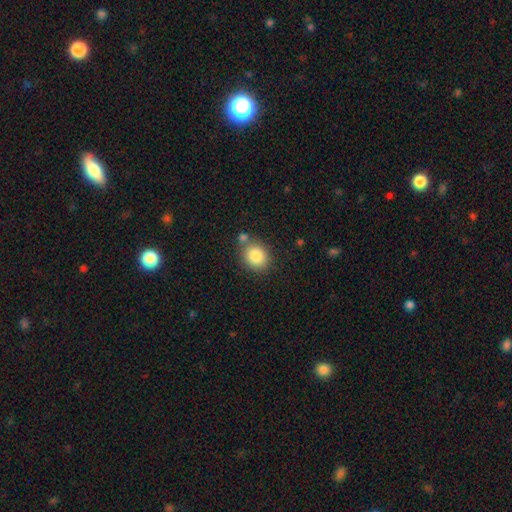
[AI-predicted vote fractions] smooth_or_featured: smooth (p=0.85) [alt: star or artifact p=0.08]
how_rounded: round (p=0.60) [alt: in between p=0.39]
merging: none (p=0.69) [alt: merger p=0.14]